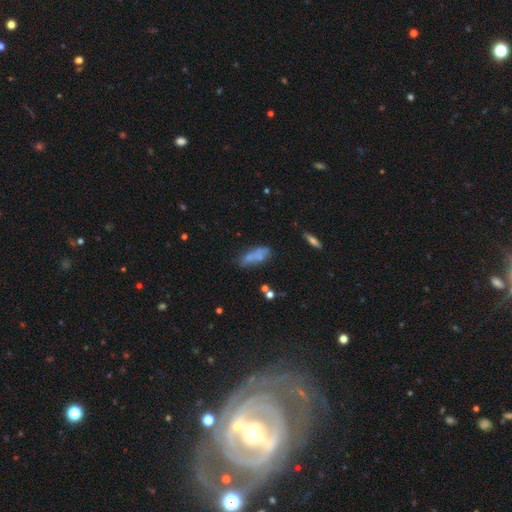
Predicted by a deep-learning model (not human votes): A smooth galaxy with no disk features (62%) that is in between round and cigar-shaped (55%). Merging: none (49%).